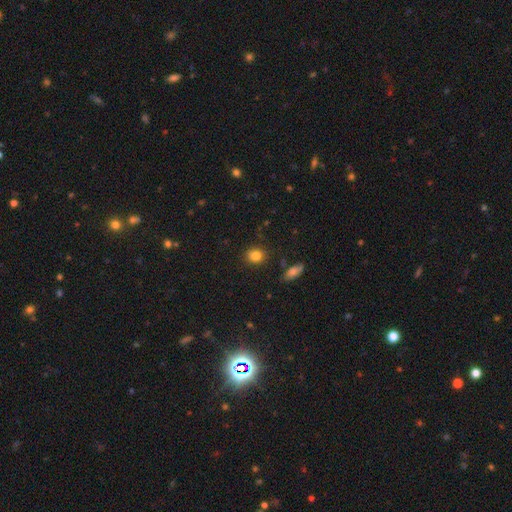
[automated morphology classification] Smooth or featured? Predicted: smooth (p=0.83). How rounded? Predicted: round (p=0.71). Merging? Predicted: none (p=0.87).